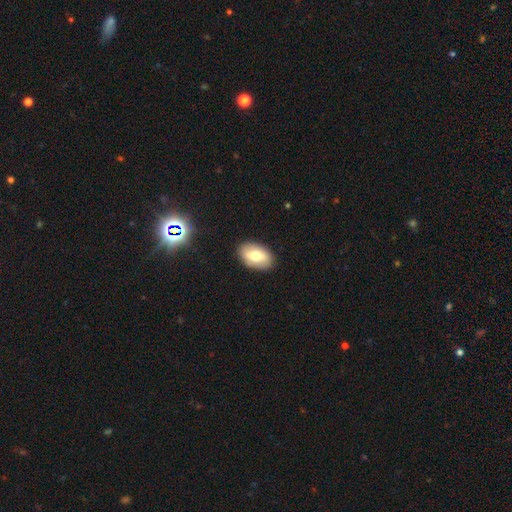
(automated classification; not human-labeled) The model was most divided on "smooth or featured": smooth: 66%, featured or disk: 27%, star or artifact: 7%. More confident: how rounded — in between (91%); merging — none (88%).